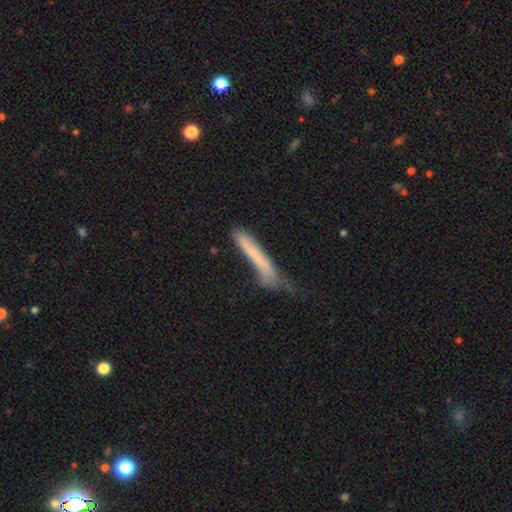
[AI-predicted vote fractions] Smooth or featured?
  - smooth: 65% *
  - featured or disk: 28%
  - star or artifact: 7%
How rounded?
  - cigar-shaped: 95% *
  - in between: 4%
  - round: 1%
Merging?
  - none: 41% *
  - minor disturbance: 34%
  - major disturbance: 19%
  - merger: 5%